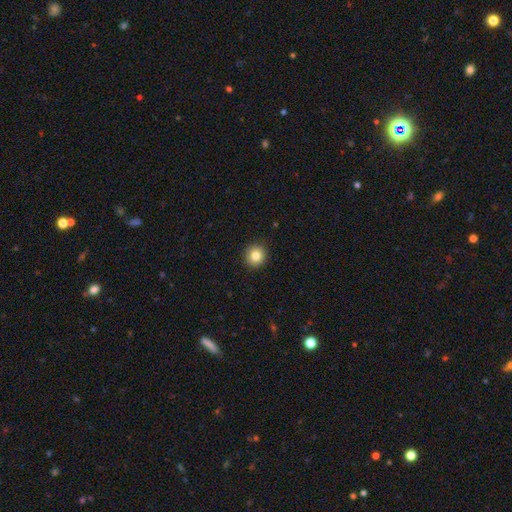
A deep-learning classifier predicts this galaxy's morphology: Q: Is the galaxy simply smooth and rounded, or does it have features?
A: smooth — 82%.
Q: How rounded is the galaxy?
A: round — 92%.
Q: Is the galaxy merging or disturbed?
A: none — 92%.